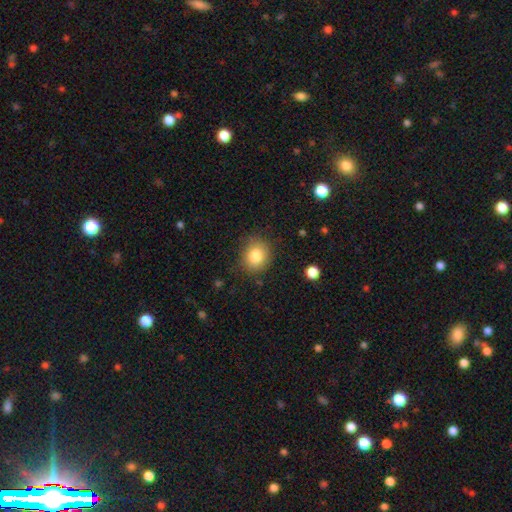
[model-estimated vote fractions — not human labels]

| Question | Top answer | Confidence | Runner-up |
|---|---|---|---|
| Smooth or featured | smooth | 83% | star or artifact (10%) |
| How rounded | round | 72% | in between (27%) |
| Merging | none | 82% | minor disturbance (13%) |